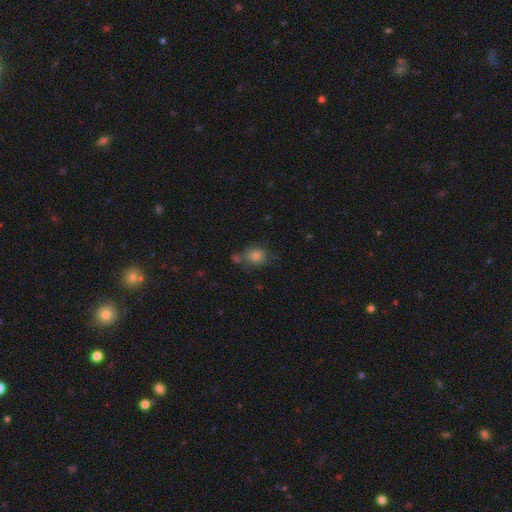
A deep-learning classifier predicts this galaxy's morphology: smooth-or-featured: smooth: 78% | star or artifact: 14% | featured or disk: 8%
  how-rounded: round: 64% | in between: 35% | cigar-shaped: 1%
  merging: none: 63% | merger: 16% | minor disturbance: 15% | major disturbance: 5%